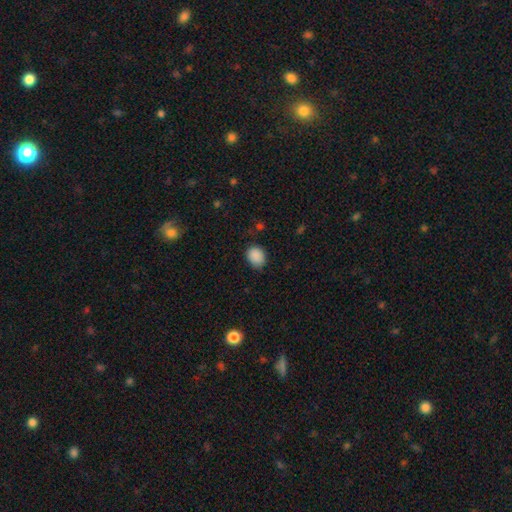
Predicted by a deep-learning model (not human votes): Smooth or featured? smooth (89%)
How rounded? in between (50%)
Merging? none (79%)